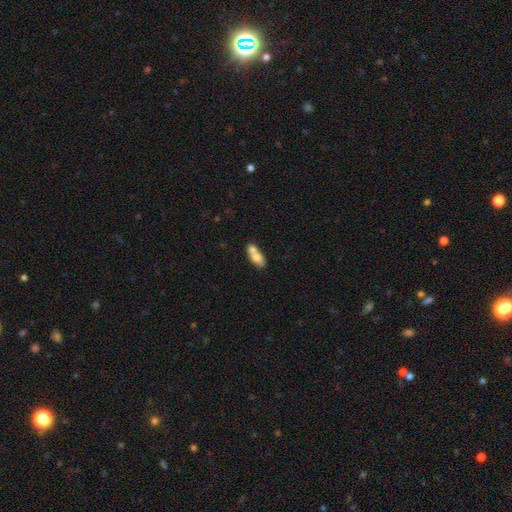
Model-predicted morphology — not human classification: A smooth galaxy with no disk features (68%) that is in between round and cigar-shaped (80%).

Vote fractions:
- Smooth or featured? smooth: 68% / featured or disk: 25% / star or artifact: 7%
- How rounded? in between: 80% / cigar-shaped: 14% / round: 7%
- Merging? merger: 54% / none: 31% / minor disturbance: 11% / major disturbance: 4%